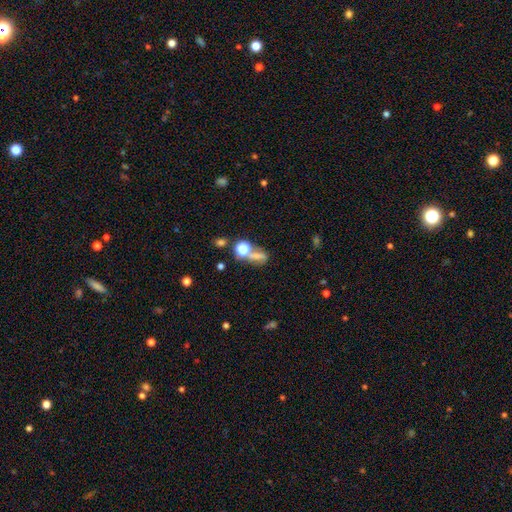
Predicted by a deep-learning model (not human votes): Overall: smooth (55%; star or artifact 28%). How rounded: in between (50%; round 37%). Merging: none (41%; merger 32%).